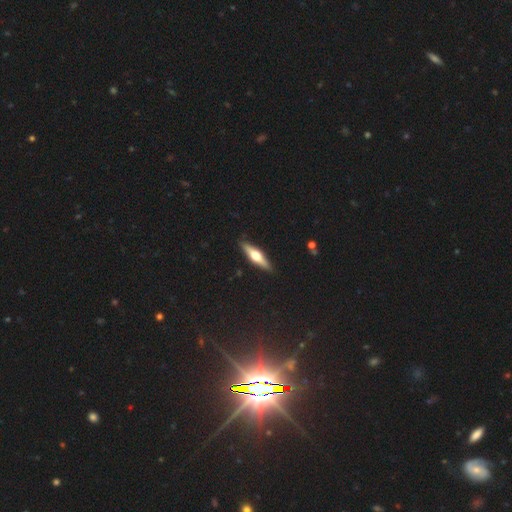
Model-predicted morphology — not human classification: The model was most divided on "smooth or featured": featured or disk: 61%, smooth: 34%, star or artifact: 5%. More confident: edge-on disk — yes (94%); edge-on bulge — rounded (94%); merging — none (91%).